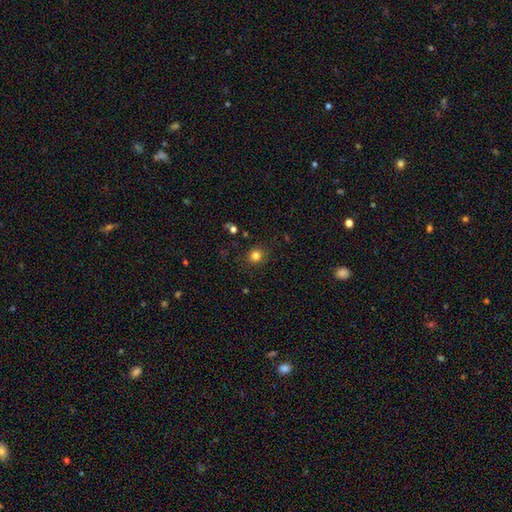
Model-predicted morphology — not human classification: smooth 81%, star or artifact 14%, featured or disk 5%. Down the decision tree: how rounded — round (84%); merging — none (88%).